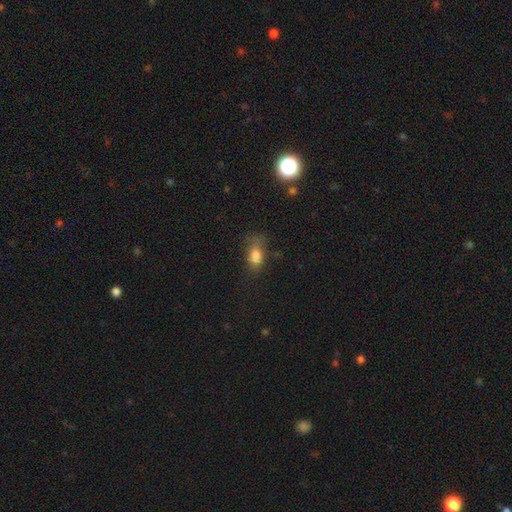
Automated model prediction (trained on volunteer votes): This is likely a smooth galaxy (80%). How rounded: clearly in between (84%). Merging: possibly none (48%).